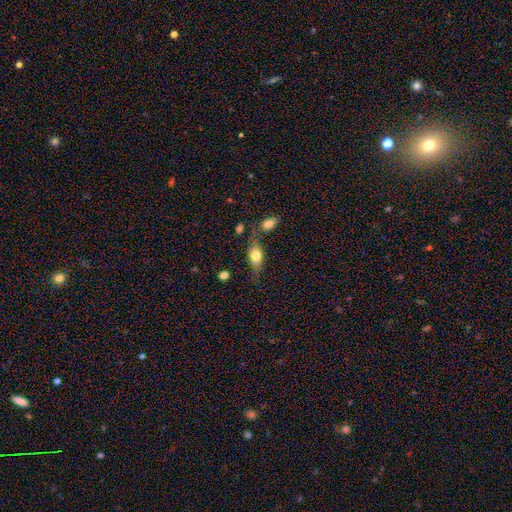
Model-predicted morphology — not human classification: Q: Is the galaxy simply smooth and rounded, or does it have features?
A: smooth — 68%.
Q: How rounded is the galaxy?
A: in between — 80%.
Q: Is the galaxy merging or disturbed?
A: none — 62%.